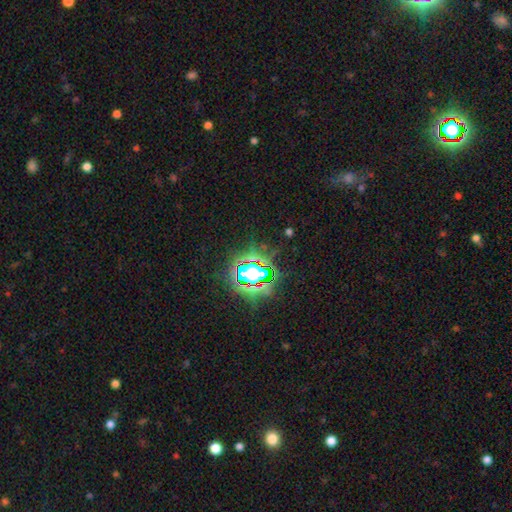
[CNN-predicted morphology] Q: Smooth or featured?
A: star or artifact (80%); runner-up: smooth (12%)